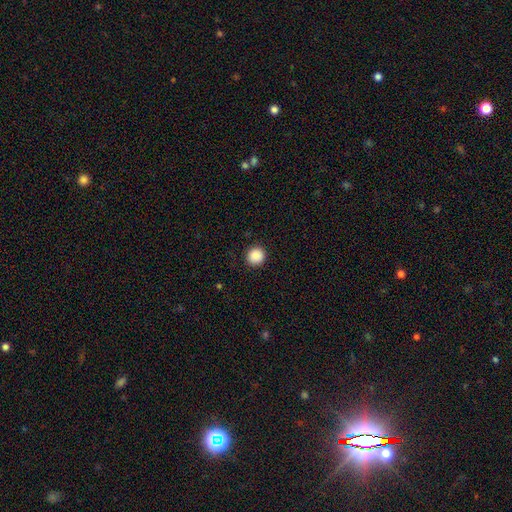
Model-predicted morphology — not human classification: Overall: smooth (89%). How rounded: round (94%). Merging: none (91%).